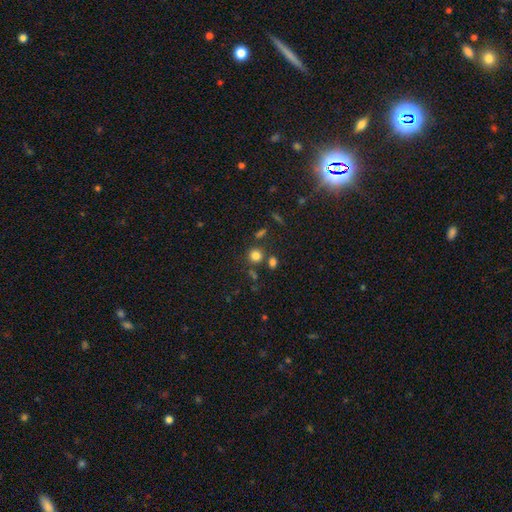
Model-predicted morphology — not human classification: smooth_or_featured: smooth (p=0.78) [alt: star or artifact p=0.15]
how_rounded: round (p=0.87) [alt: in between p=0.12]
merging: none (p=0.75) [alt: merger p=0.12]